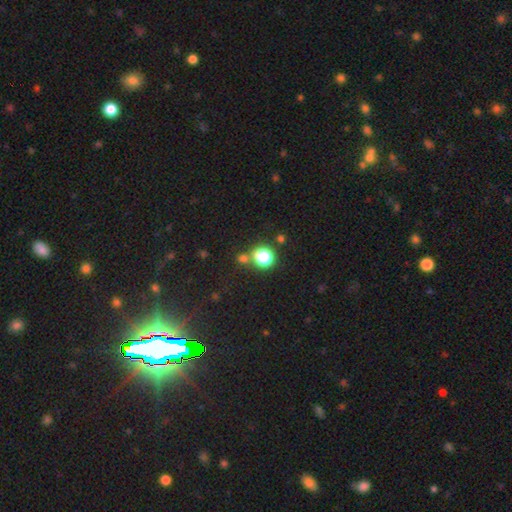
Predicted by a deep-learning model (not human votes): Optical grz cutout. It shows a smooth galaxy with no disk features (54%) that is round (86%). Merging: none (79%).